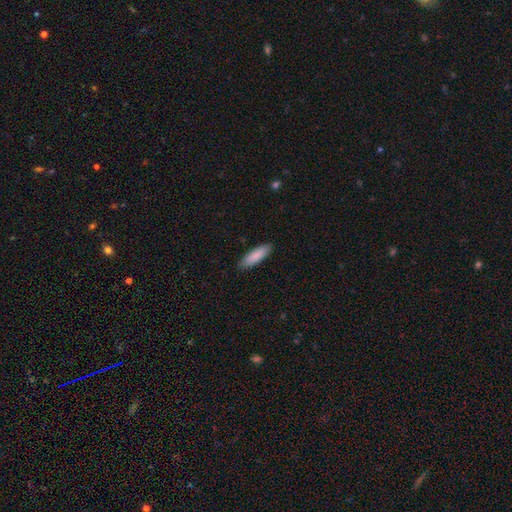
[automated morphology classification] smooth-or-featured: smooth: 86% | featured or disk: 8% | star or artifact: 5%
  how-rounded: cigar-shaped: 55% | in between: 44% | round: 1%
  merging: none: 88% | minor disturbance: 9% | major disturbance: 2% | merger: 1%